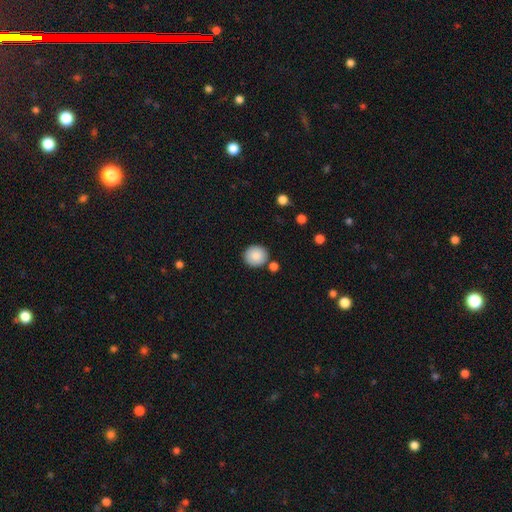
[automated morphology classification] type=smooth (88%); roundness=round (89%); merging=none (83%).